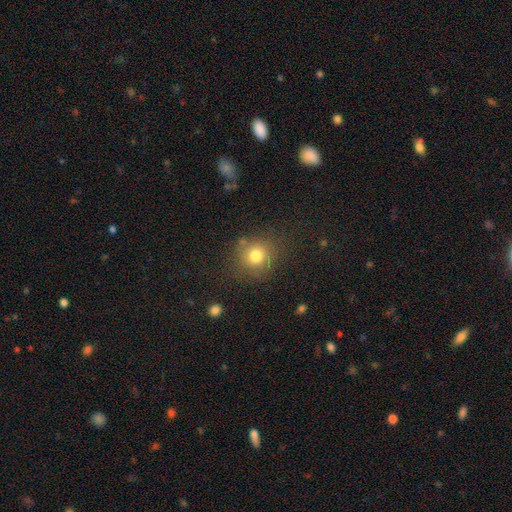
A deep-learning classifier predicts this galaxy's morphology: smooth 78%, star or artifact 13%, featured or disk 9%. Down the decision tree: how rounded — round (87%); merging — none (80%).